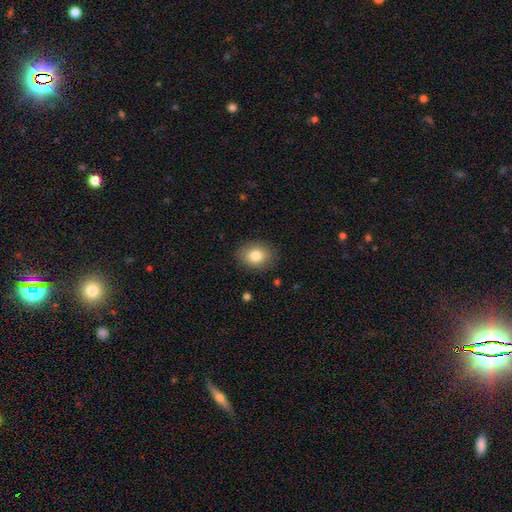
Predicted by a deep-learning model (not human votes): Morphology: type=smooth (81%); roundness=in between (55%); merging=none (87%).